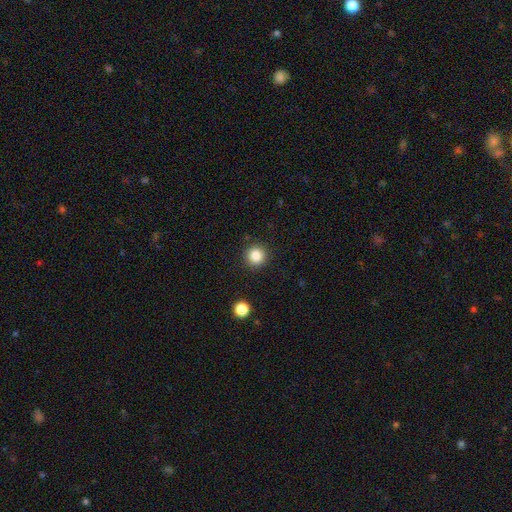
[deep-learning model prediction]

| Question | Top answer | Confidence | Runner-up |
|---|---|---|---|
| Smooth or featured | smooth | 85% | star or artifact (11%) |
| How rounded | round | 95% | in between (4%) |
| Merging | none | 91% | minor disturbance (6%) |